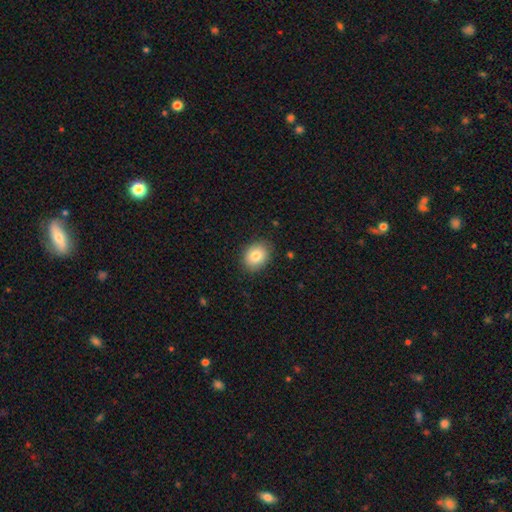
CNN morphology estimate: smooth 83%, featured or disk 8%, star or artifact 8%. Down the decision tree: how rounded — round (50%); merging — none (86%).